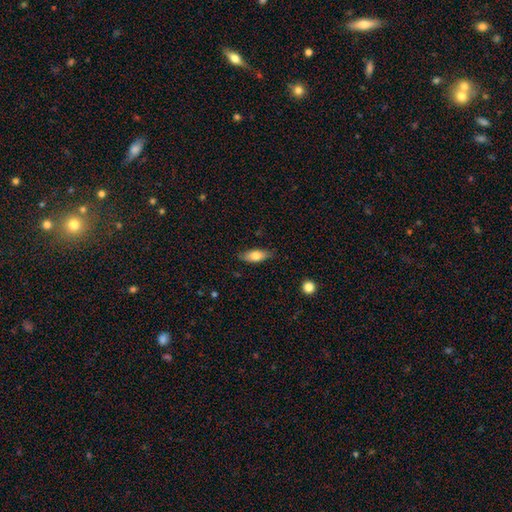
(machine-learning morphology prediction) type=smooth (75%); roundness=in between (76%); merging=none (81%).